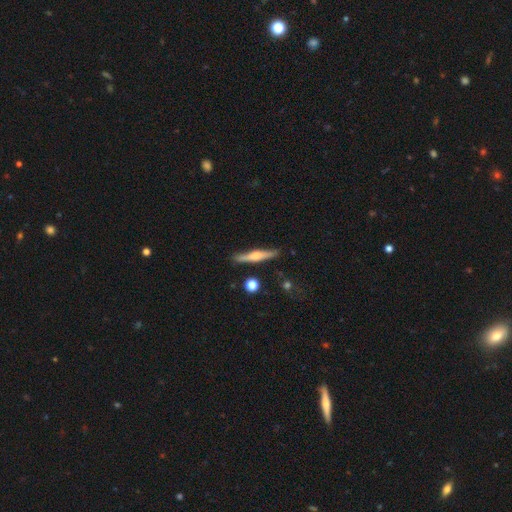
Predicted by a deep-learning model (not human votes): Morphology: type=featured or disk (54%); edge-on=yes (96%); edge-on bulge=rounded (77%); merging=none (85%).